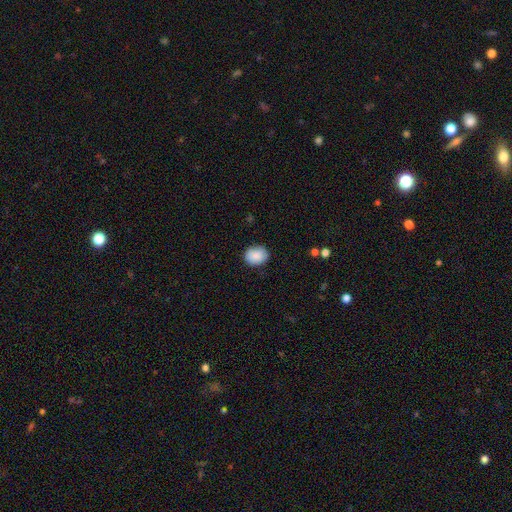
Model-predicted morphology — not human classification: Smooth or featured?
  - smooth: 88% *
  - star or artifact: 7%
  - featured or disk: 5%
How rounded?
  - round: 59% *
  - in between: 40%
  - cigar-shaped: 1%
Merging?
  - none: 87% *
  - minor disturbance: 10%
  - major disturbance: 2%
  - merger: 1%